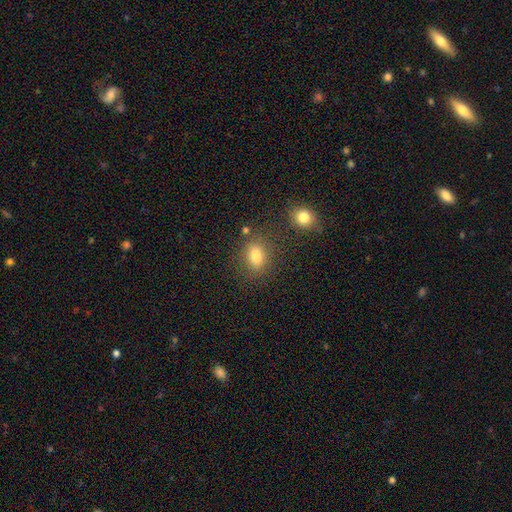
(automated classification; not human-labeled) smooth-or-featured: smooth: 81% | star or artifact: 12% | featured or disk: 7%
  how-rounded: in between: 68% | round: 30% | cigar-shaped: 2%
  merging: none: 75% | minor disturbance: 12% | merger: 8% | major disturbance: 4%